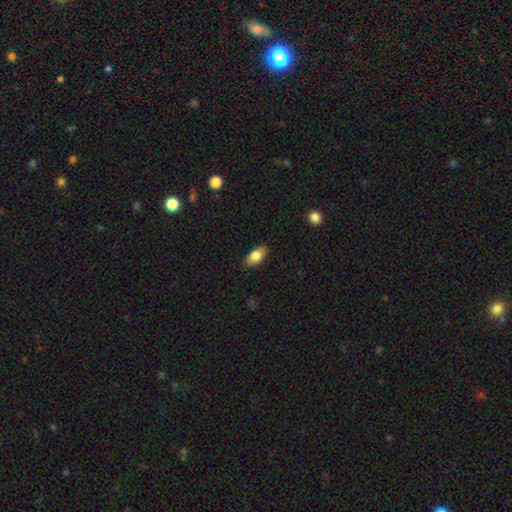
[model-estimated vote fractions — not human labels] Q: Smooth or featured?
A: smooth (82%); runner-up: featured or disk (11%)
Q: How rounded?
A: in between (91%); runner-up: cigar-shaped (5%)
Q: Merging?
A: none (86%); runner-up: minor disturbance (11%)